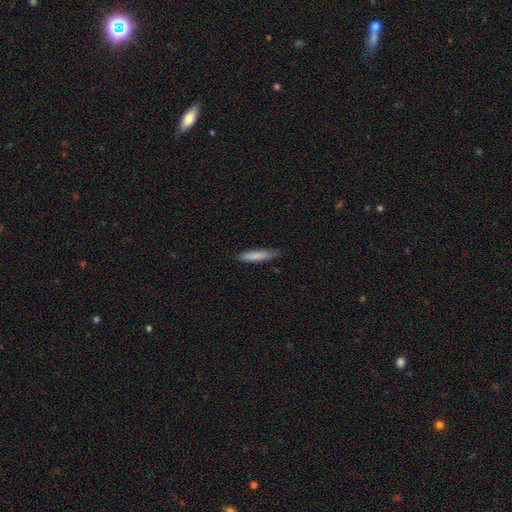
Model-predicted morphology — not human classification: The model was most divided on "merging": none: 81%, minor disturbance: 15%, major disturbance: 2%, merger: 1%. More confident: how rounded — cigar-shaped (86%); smooth or featured — smooth (83%).